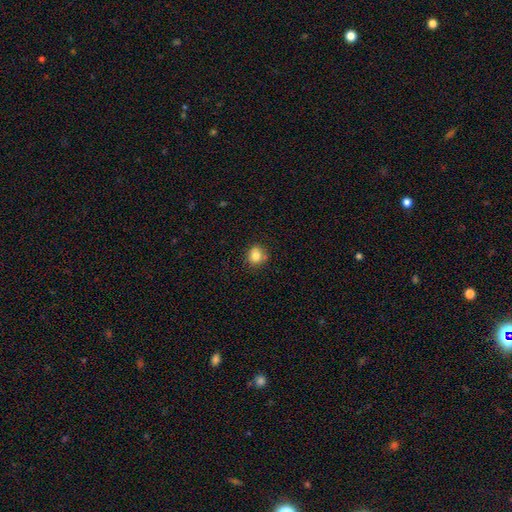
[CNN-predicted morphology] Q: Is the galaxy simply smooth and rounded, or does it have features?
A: smooth — 82%.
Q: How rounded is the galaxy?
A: round — 77%.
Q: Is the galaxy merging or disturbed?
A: none — 79%.